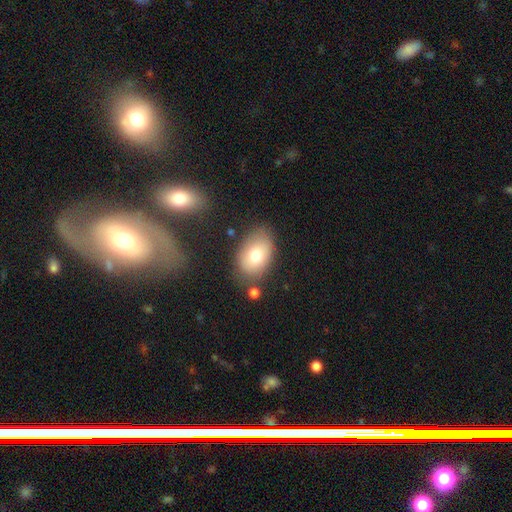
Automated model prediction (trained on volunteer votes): This appears to be a smooth galaxy with no disk features (76%) that is in between round and cigar-shaped (87%). Merging: none (74%).